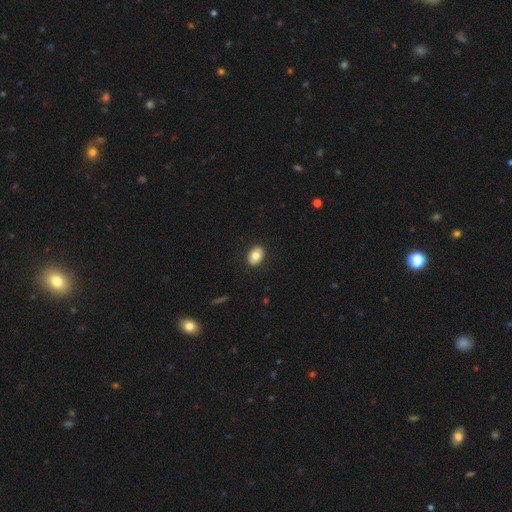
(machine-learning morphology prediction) The model was most divided on "how rounded": in between: 80%, round: 19%, cigar-shaped: 1%. More confident: merging — none (89%); smooth or featured — smooth (78%).